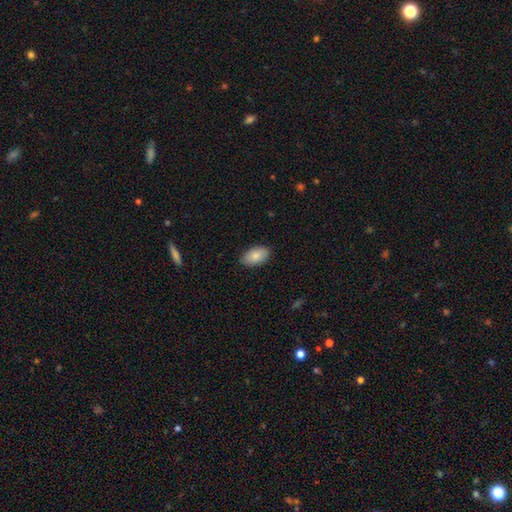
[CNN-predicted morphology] smooth_or_featured: smooth (p=0.84) [alt: featured or disk p=0.10]
how_rounded: in between (p=0.94) [alt: round p=0.05]
merging: none (p=0.87) [alt: minor disturbance p=0.10]